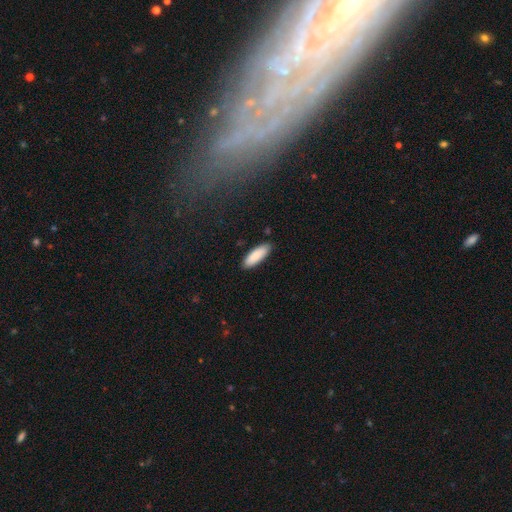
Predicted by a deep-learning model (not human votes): Smooth or featured: smooth — 88% (featured or disk — 6%)
How rounded: in between — 59% (cigar-shaped — 40%)
Merging: none — 88% (minor disturbance — 9%)